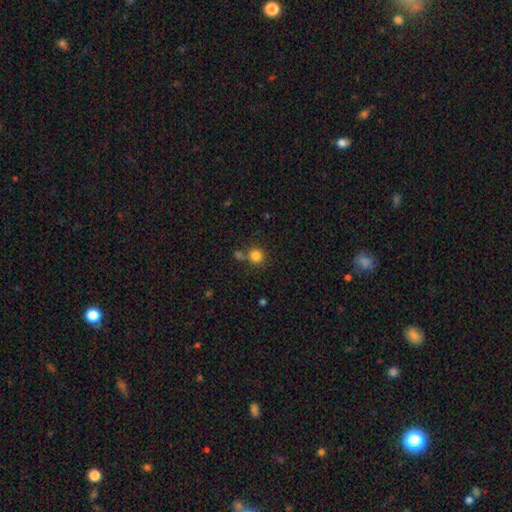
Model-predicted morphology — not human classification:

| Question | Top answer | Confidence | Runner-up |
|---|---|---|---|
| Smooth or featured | smooth | 83% | star or artifact (12%) |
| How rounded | round | 90% | in between (9%) |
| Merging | none | 70% | merger (17%) |